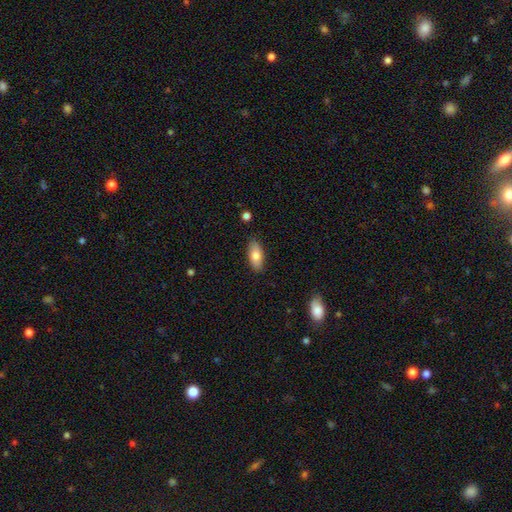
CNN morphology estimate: A smooth galaxy with no disk features (79%) that is in between round and cigar-shaped (84%).

Vote fractions:
- Smooth or featured? smooth: 79% / featured or disk: 15% / star or artifact: 7%
- How rounded? in between: 84% / cigar-shaped: 13% / round: 3%
- Merging? none: 86% / minor disturbance: 11% / major disturbance: 2% / merger: 1%